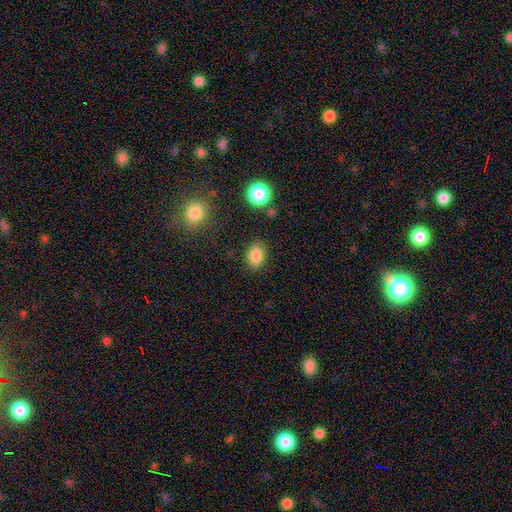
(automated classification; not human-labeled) A smooth galaxy with no disk features (85%) that is in between round and cigar-shaped (80%). Merging: none (83%).